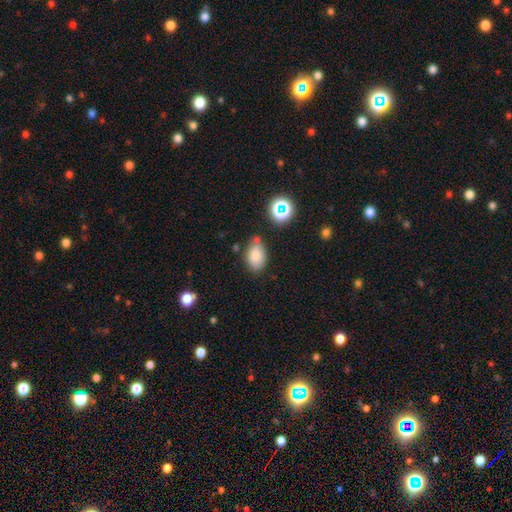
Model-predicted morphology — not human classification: A smooth galaxy with no disk features (79%) that is in between round and cigar-shaped (87%). Merging: none (69%).